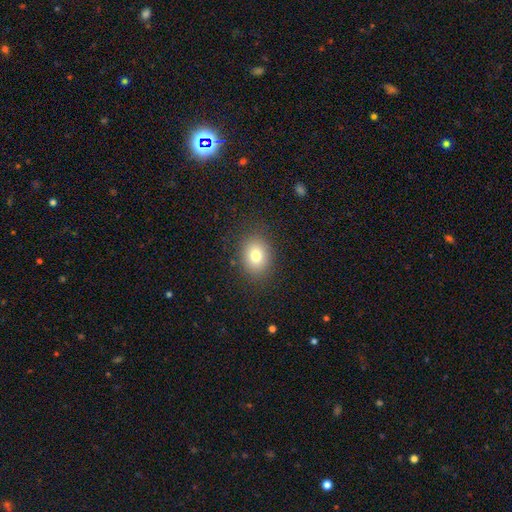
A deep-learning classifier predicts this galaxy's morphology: Overall: smooth (79%). How rounded: round (50%; in between 49%). Merging: none (86%).